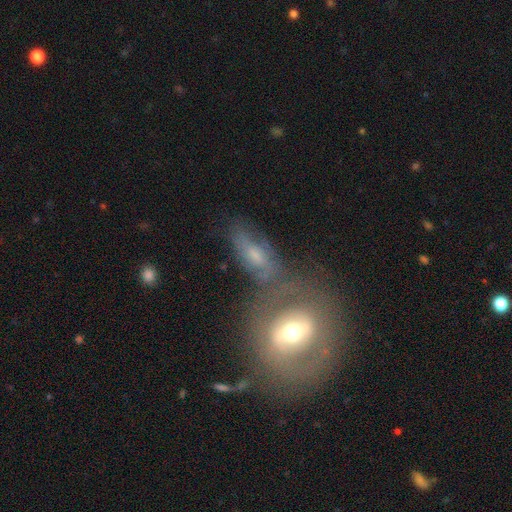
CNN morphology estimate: type=featured or disk (49%); merging=none (44%).